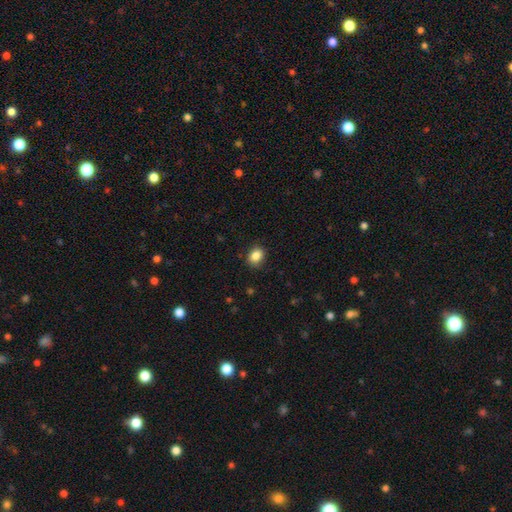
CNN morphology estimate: A smooth galaxy with no disk features (86%) that is in between round and cigar-shaped (56%). Merging: none (84%).